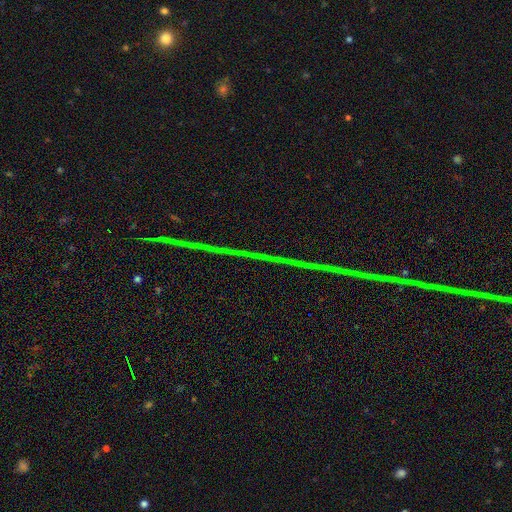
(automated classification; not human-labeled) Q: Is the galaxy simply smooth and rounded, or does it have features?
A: star or artifact — 88%.